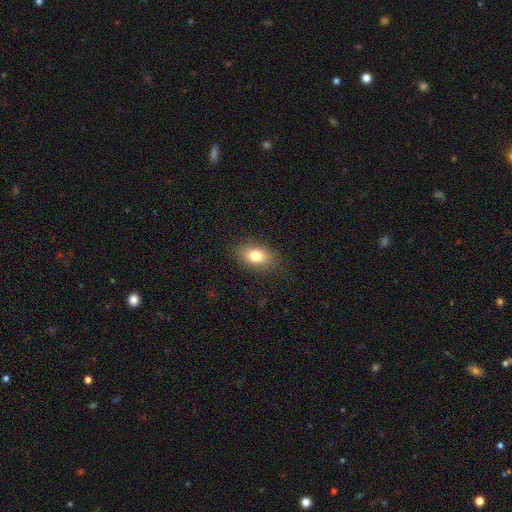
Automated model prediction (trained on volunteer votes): The model was most divided on "smooth or featured": smooth: 78%, featured or disk: 13%, star or artifact: 10%. More confident: merging — none (86%); how rounded — in between (84%).